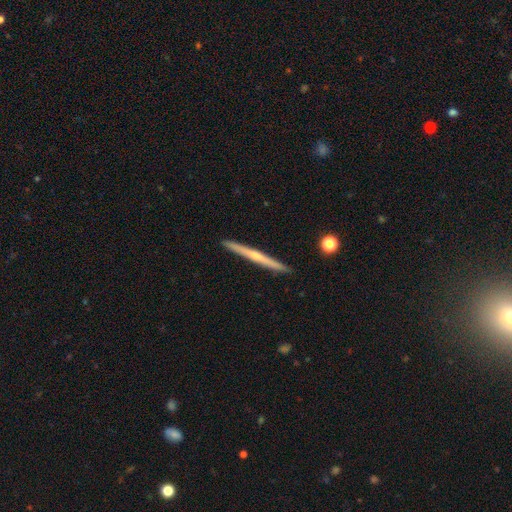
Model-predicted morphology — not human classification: This appears to be a featured or disk galaxy (69%) viewed edge-on (97%) with a rounded central bulge (69%). Merging: none (90%).